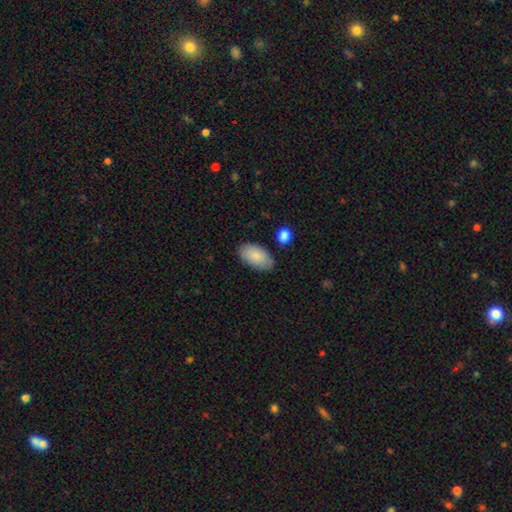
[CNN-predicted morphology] Smooth or featured? smooth (87%)
How rounded? in between (95%)
Merging? none (80%)